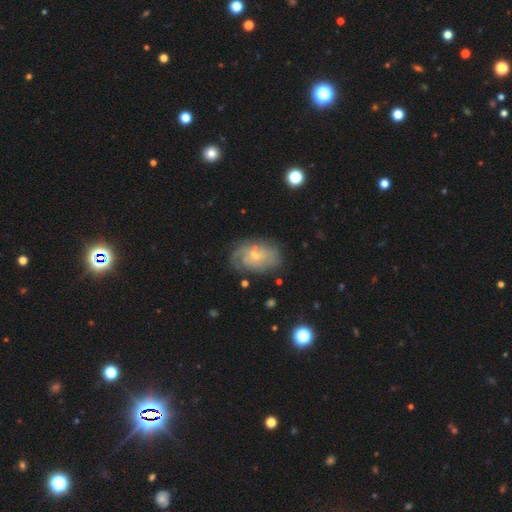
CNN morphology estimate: featured or disk 62%, smooth 29%, star or artifact 9%. Down the decision tree: edge-on disk — no (96%); bar — no (61%); spiral arms — yes (75%); bulge size — small (67%); merging — none (58%).